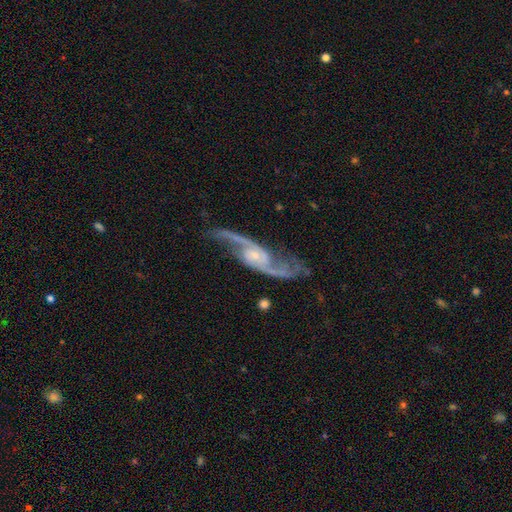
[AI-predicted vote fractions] A featured or disk galaxy (92%) with no bar (56%), 2 (92%) loose (63%) spiral arms (97%) and a small central bulge (67%). Merging: none (69%).